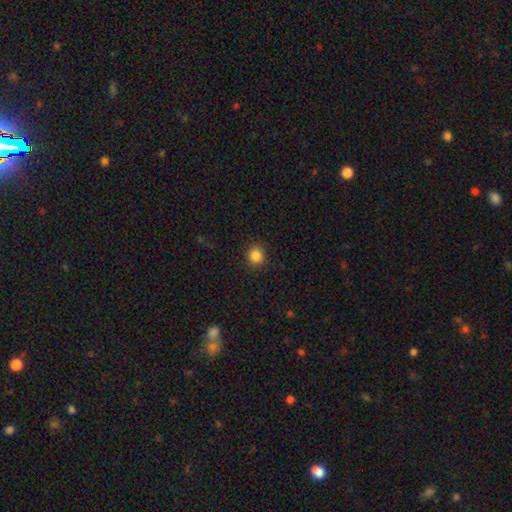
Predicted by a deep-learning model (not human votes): Smooth or featured? smooth (86%)
How rounded? round (90%)
Merging? none (91%)